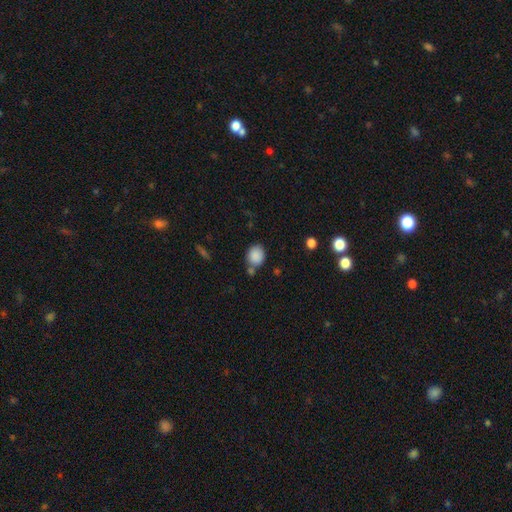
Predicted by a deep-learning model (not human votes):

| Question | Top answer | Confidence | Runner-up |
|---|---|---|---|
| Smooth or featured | smooth | 87% | star or artifact (8%) |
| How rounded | round | 64% | in between (35%) |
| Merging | none | 63% | merger (17%) |